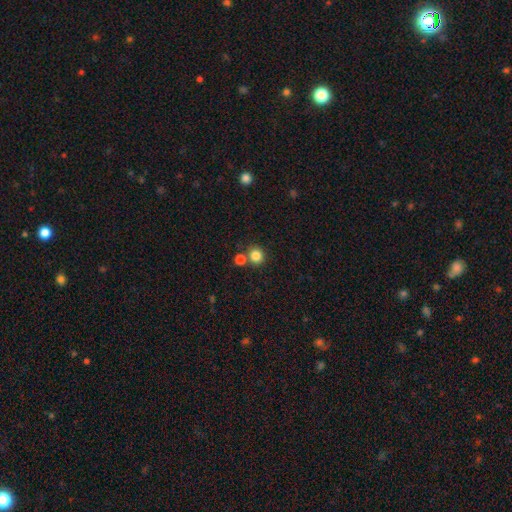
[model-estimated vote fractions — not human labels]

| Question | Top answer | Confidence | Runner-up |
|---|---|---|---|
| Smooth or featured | smooth | 83% | star or artifact (12%) |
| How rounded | round | 89% | in between (10%) |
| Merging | none | 72% | merger (18%) |